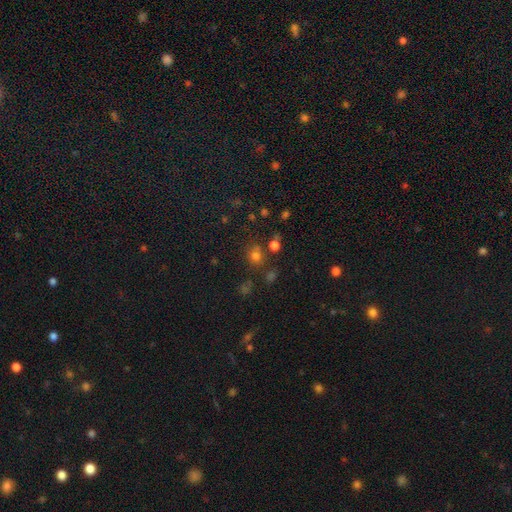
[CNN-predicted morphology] smooth_or_featured: smooth (p=0.70) [alt: star or artifact p=0.24]
how_rounded: round (p=0.78) [alt: in between p=0.21]
merging: none (p=0.74) [alt: minor disturbance p=0.11]